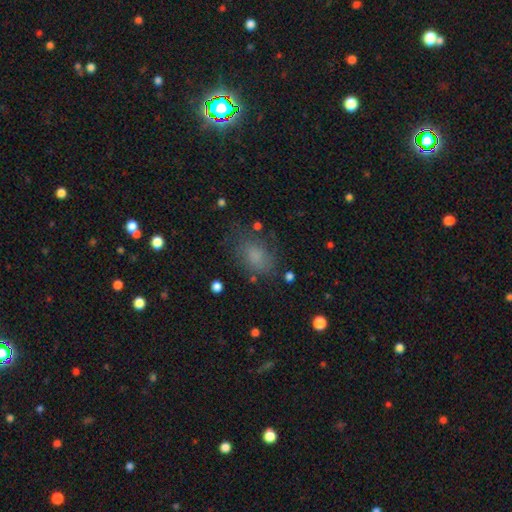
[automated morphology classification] Smooth or featured?
  - smooth: 74% *
  - star or artifact: 15%
  - featured or disk: 11%
How rounded?
  - in between: 78% *
  - round: 20%
  - cigar-shaped: 2%
Merging?
  - none: 66% *
  - minor disturbance: 21%
  - major disturbance: 11%
  - merger: 3%